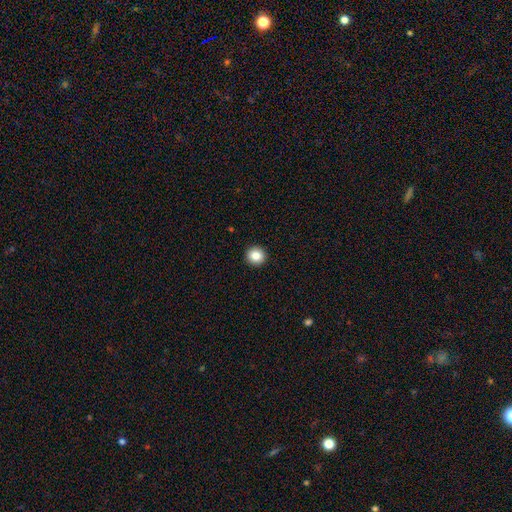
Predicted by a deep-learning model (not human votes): smooth-or-featured: smooth: 85% | star or artifact: 10% | featured or disk: 6%
  how-rounded: round: 94% | in between: 5% | cigar-shaped: 1%
  merging: none: 94% | minor disturbance: 4% | major disturbance: 1% | merger: 1%